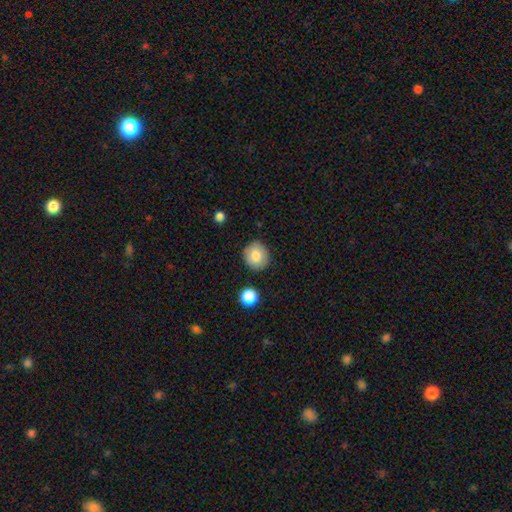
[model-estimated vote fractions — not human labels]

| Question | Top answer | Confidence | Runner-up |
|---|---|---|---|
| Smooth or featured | smooth | 79% | featured or disk (13%) |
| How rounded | round | 82% | in between (17%) |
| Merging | none | 86% | minor disturbance (9%) |